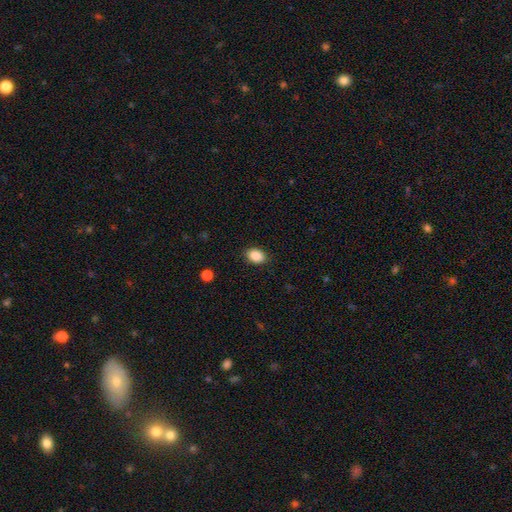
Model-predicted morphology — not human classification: Smooth or featured?
  - smooth: 88% *
  - star or artifact: 8%
  - featured or disk: 4%
How rounded?
  - in between: 72% *
  - round: 27%
  - cigar-shaped: 1%
Merging?
  - none: 88% *
  - minor disturbance: 9%
  - major disturbance: 2%
  - merger: 1%